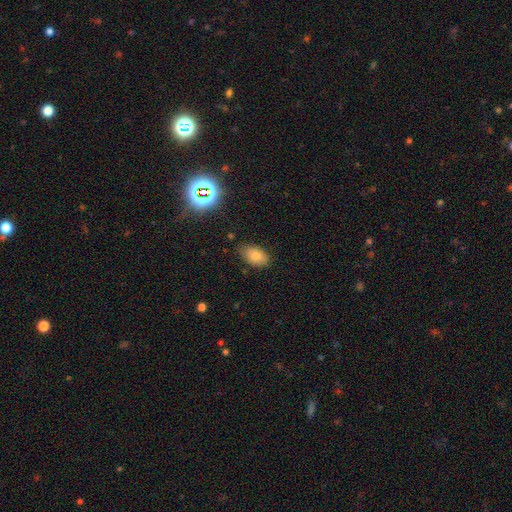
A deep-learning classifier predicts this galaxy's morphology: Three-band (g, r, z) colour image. It shows a smooth galaxy with no disk features (83%) that is in between round and cigar-shaped (90%). Merging: none (77%).